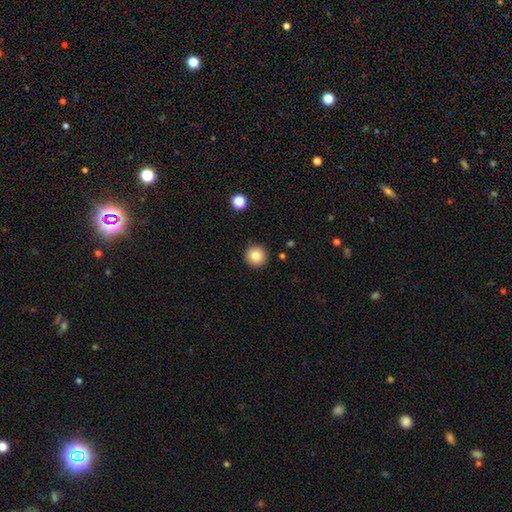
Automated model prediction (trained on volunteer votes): Q: Smooth or featured?
A: smooth (83%); runner-up: star or artifact (10%)
Q: How rounded?
A: round (96%); runner-up: in between (3%)
Q: Merging?
A: none (92%); runner-up: minor disturbance (5%)